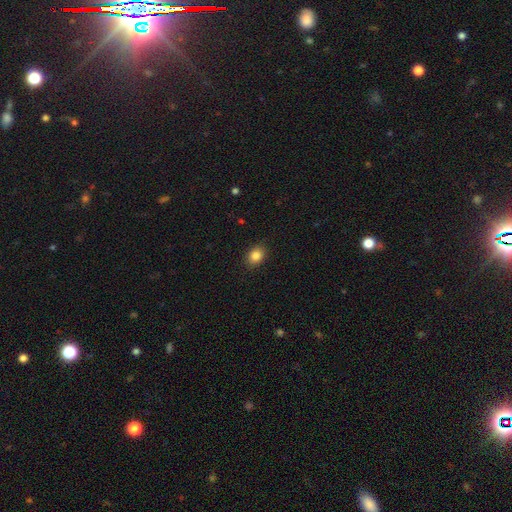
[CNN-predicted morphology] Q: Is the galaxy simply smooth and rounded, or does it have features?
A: smooth — 85%.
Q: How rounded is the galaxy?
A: in between — 58%.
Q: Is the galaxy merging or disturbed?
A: none — 89%.